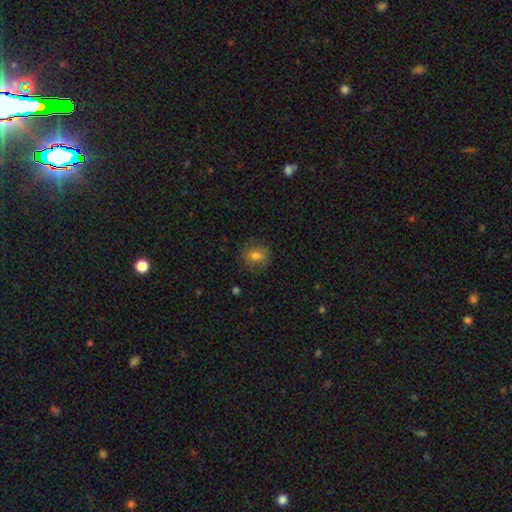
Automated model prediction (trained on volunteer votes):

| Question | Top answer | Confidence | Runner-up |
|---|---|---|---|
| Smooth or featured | smooth | 74% | featured or disk (15%) |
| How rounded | round | 66% | in between (33%) |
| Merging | none | 80% | minor disturbance (15%) |